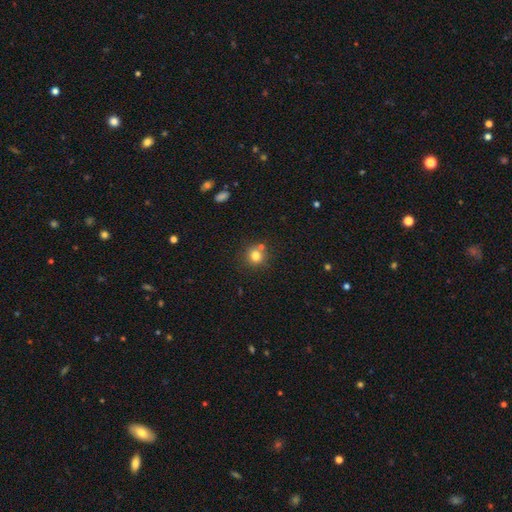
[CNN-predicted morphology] smooth-or-featured: smooth: 79% | star or artifact: 13% | featured or disk: 8%
  how-rounded: round: 89% | in between: 10% | cigar-shaped: 1%
  merging: none: 72% | merger: 15% | minor disturbance: 10% | major disturbance: 3%